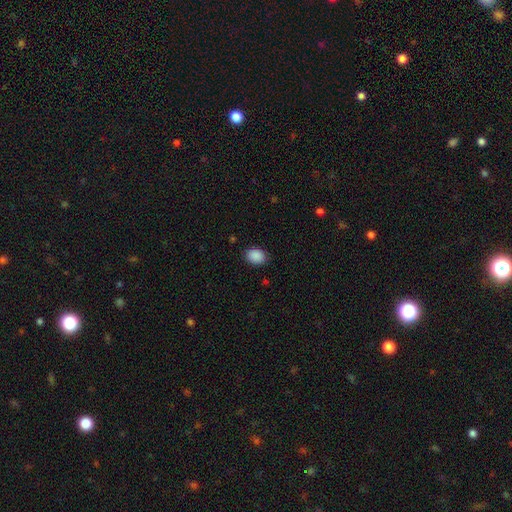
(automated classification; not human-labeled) Smooth or featured? Predicted: smooth (p=0.90). How rounded? Predicted: in between (p=0.75). Merging? Predicted: none (p=0.86).